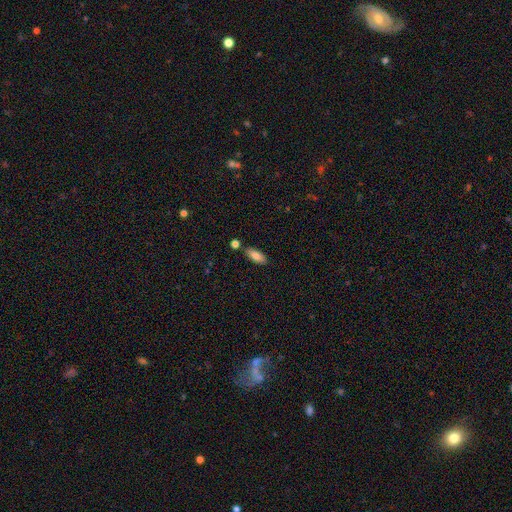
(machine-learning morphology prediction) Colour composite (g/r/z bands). It shows a smooth galaxy with no disk features (81%) that is in between round and cigar-shaped (80%). Merging: none (79%).